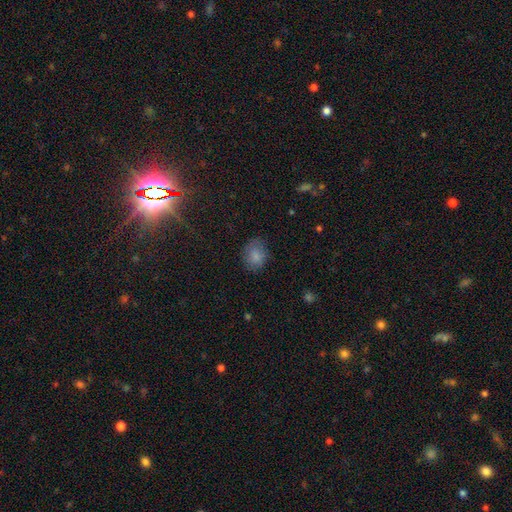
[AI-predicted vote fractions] smooth_or_featured: smooth (p=0.83) [alt: star or artifact p=0.10]
how_rounded: in between (p=0.54) [alt: round p=0.45]
merging: none (p=0.75) [alt: minor disturbance p=0.19]